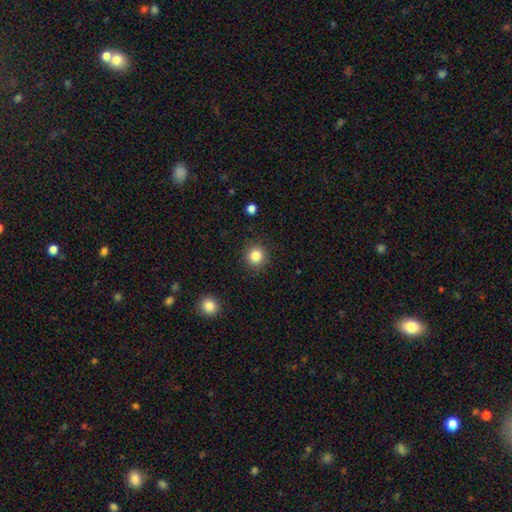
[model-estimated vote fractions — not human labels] Overall: smooth (84%). How rounded: round (93%). Merging: none (90%).